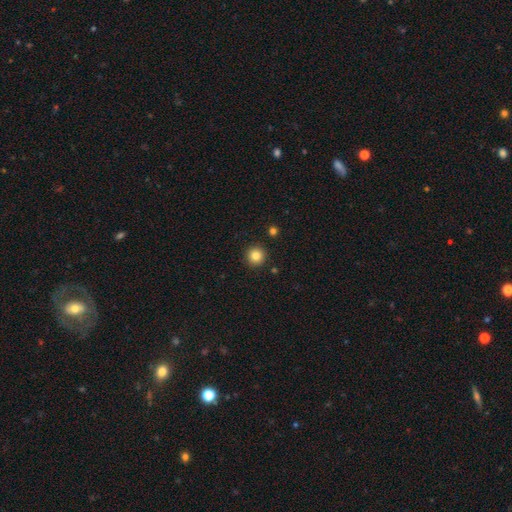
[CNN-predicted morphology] type=smooth (83%); roundness=round (95%); merging=none (92%).